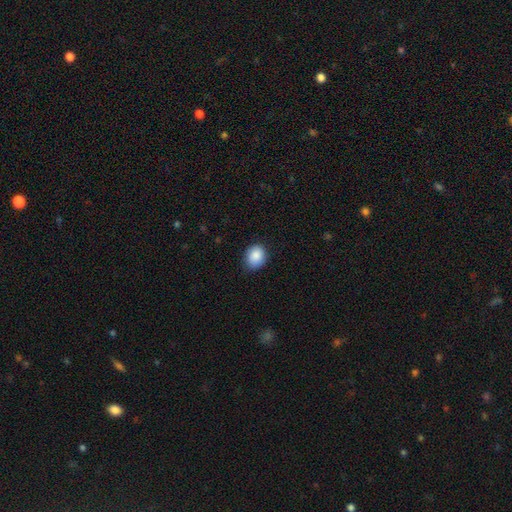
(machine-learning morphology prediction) smooth_or_featured: smooth (p=0.88) [alt: star or artifact p=0.08]
how_rounded: in between (p=0.51) [alt: round p=0.48]
merging: none (p=0.82) [alt: minor disturbance p=0.14]